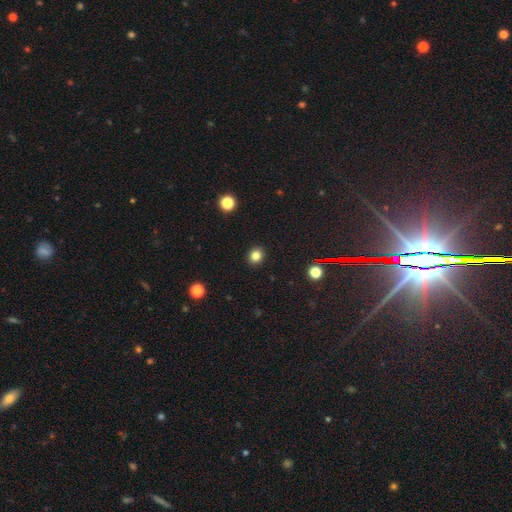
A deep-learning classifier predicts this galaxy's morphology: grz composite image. It shows a smooth galaxy with no disk features (82%) that is round (75%). Merging: none (91%).